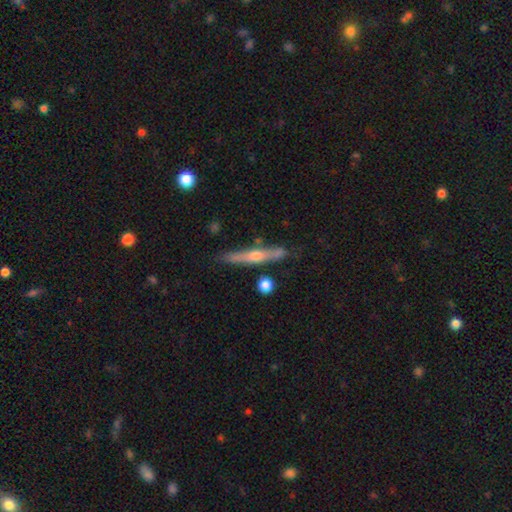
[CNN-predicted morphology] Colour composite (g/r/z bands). It shows a featured or disk galaxy (71%) viewed edge-on (95%) with a rounded central bulge (85%). Merging: none (79%).